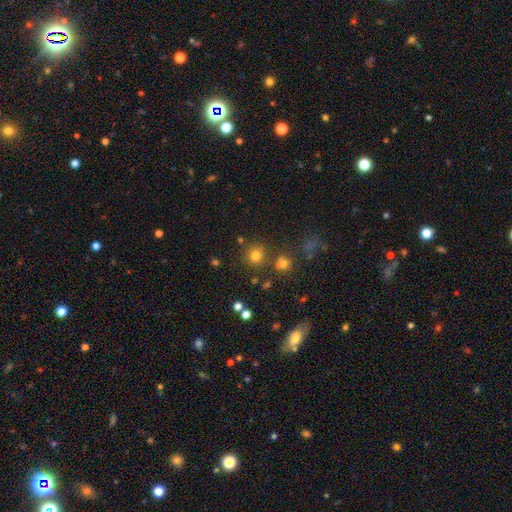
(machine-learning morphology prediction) A smooth galaxy with no disk features (75%) that is round (91%). Merging: none (80%).